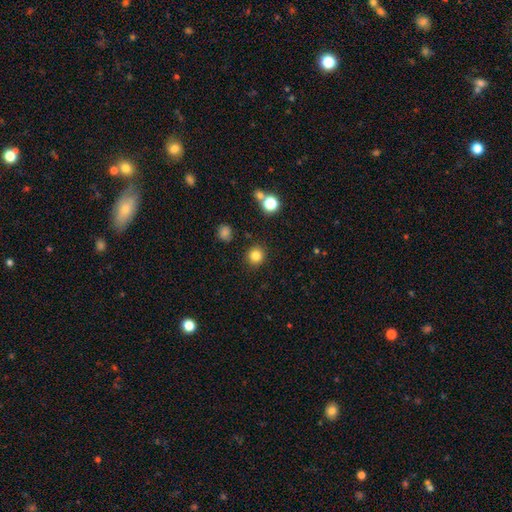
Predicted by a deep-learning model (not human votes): Smooth or featured: smooth — 82% (star or artifact — 13%)
How rounded: round — 91% (in between — 8%)
Merging: none — 90% (minor disturbance — 6%)